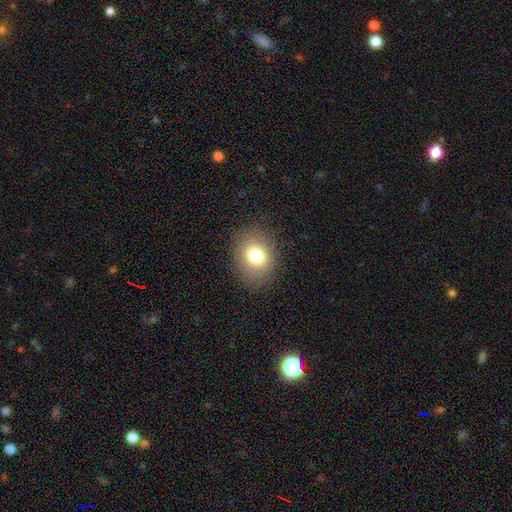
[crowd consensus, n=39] smooth 79%, featured or disk 18%, star or artifact 3%. Down the decision tree: how rounded — round (48%, tied with in between); merging — none (92%).